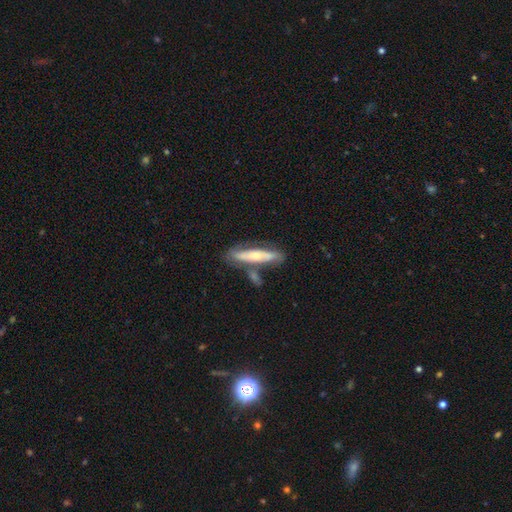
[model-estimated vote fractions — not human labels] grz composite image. It shows a featured or disk galaxy (54%) viewed edge-on (64%). Merging: none (62%).